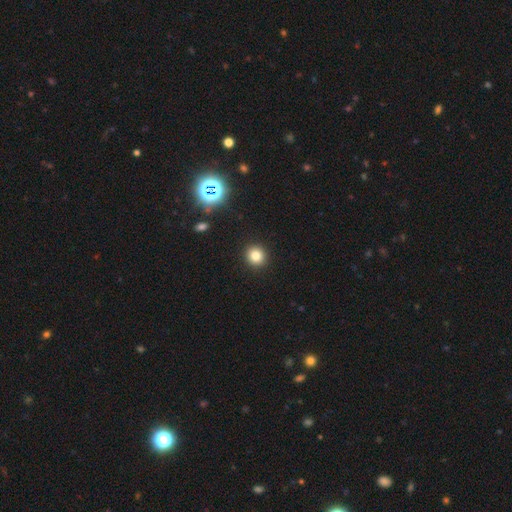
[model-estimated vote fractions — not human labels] This appears to be a smooth galaxy with no disk features (80%) that is round (90%). Merging: none (92%).